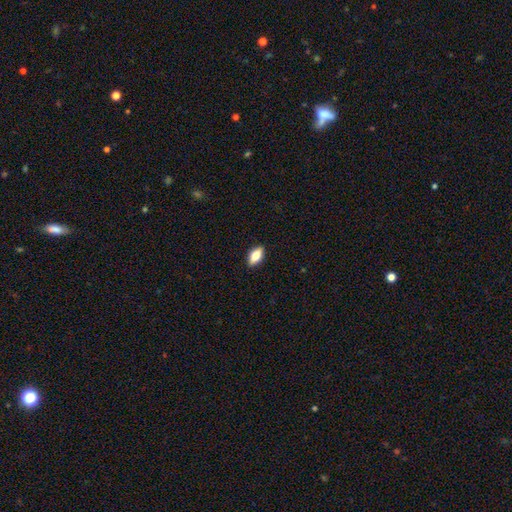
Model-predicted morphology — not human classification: Q: Smooth or featured?
A: smooth (70%); runner-up: featured or disk (23%)
Q: How rounded?
A: in between (85%); runner-up: cigar-shaped (11%)
Q: Merging?
A: none (88%); runner-up: minor disturbance (9%)